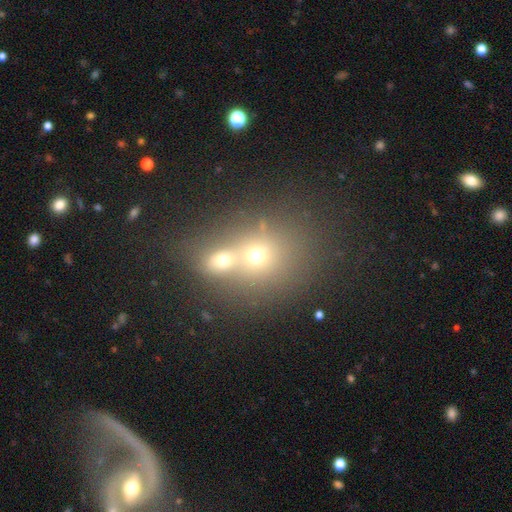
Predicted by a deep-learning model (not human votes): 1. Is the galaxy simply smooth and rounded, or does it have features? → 56% smooth, 23% star or artifact, 21% featured or disk.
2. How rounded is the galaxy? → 69% round, 30% in between, 1% cigar-shaped.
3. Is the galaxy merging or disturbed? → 67% merger, 24% none, 5% minor disturbance, 3% major disturbance.